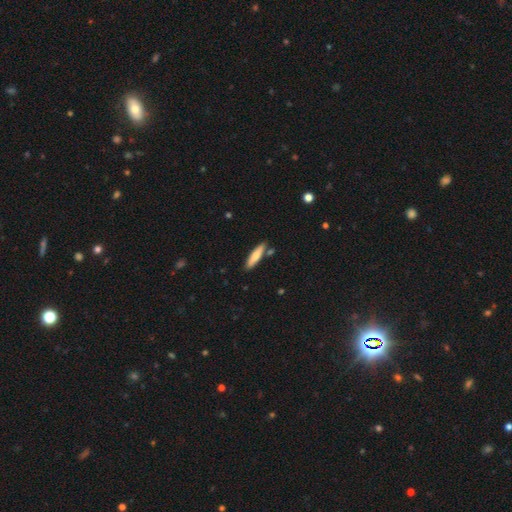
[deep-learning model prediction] Q: Smooth or featured?
A: smooth (70%); runner-up: featured or disk (24%)
Q: How rounded?
A: cigar-shaped (77%); runner-up: in between (21%)
Q: Merging?
A: none (82%); runner-up: minor disturbance (11%)